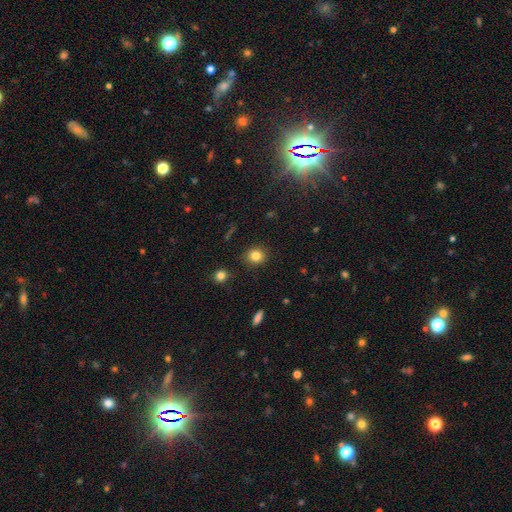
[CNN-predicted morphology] type=smooth (83%); roundness=round (78%); merging=none (89%).